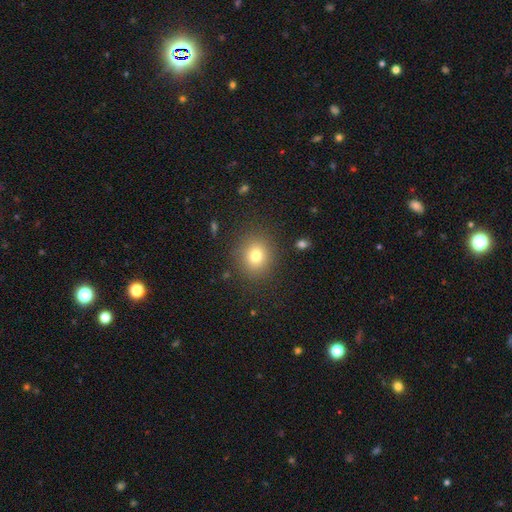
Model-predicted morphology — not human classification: This is likely a smooth galaxy (77%). How rounded: likely round (79%). Merging: clearly none (86%).